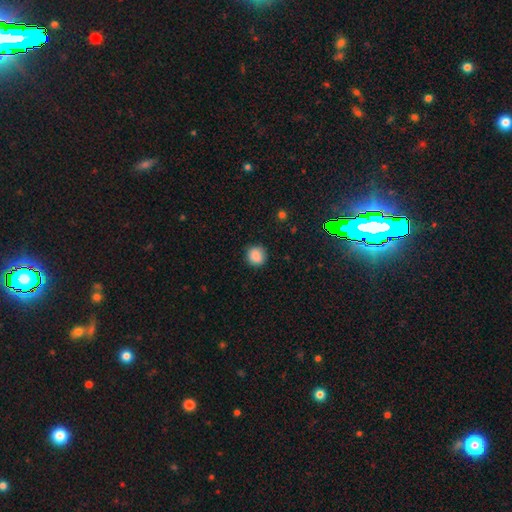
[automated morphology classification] smooth_or_featured: smooth (p=0.87) [alt: star or artifact p=0.09]
how_rounded: round (p=0.88) [alt: in between p=0.11]
merging: none (p=0.87) [alt: minor disturbance p=0.10]